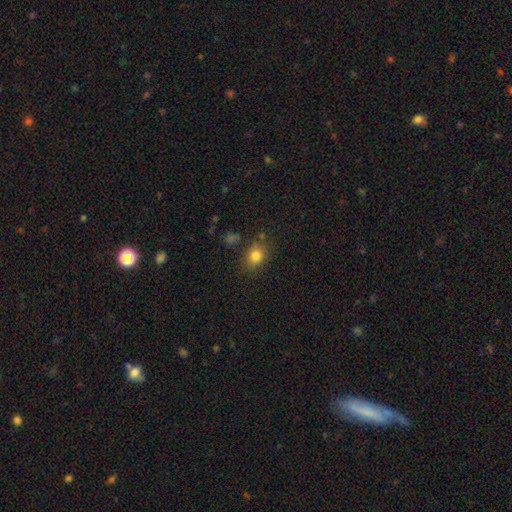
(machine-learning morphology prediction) A smooth galaxy with no disk features (81%) that is round (53%).

Vote fractions:
- Smooth or featured? smooth: 81% / star or artifact: 12% / featured or disk: 7%
- How rounded? round: 53% / in between: 46% / cigar-shaped: 1%
- Merging? none: 76% / minor disturbance: 15% / major disturbance: 5% / merger: 4%